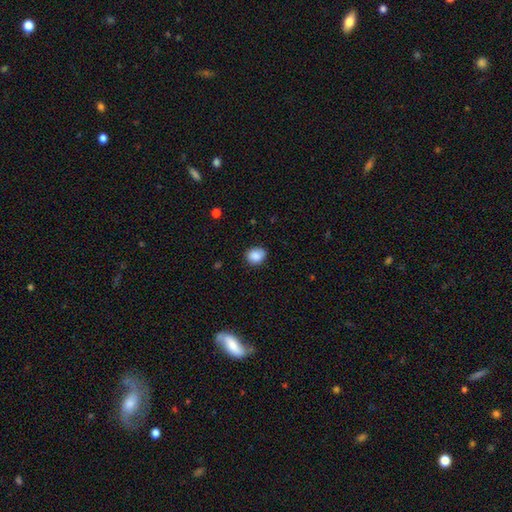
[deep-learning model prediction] Smooth or featured? smooth (87%)
How rounded? round (70%)
Merging? none (78%)